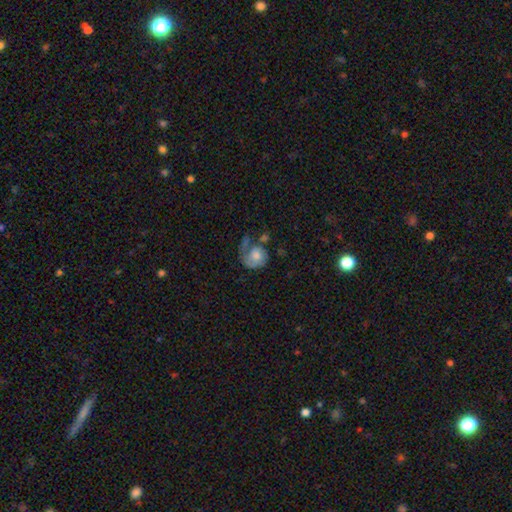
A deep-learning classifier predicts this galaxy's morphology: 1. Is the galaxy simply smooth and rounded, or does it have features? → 47% smooth, 46% featured or disk, 7% star or artifact.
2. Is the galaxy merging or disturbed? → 39% major disturbance, 31% none, 19% minor disturbance, 11% merger.